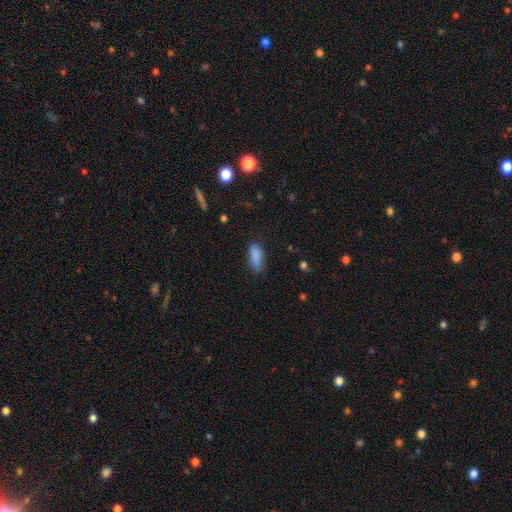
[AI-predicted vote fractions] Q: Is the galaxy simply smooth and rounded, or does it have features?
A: smooth — 88%.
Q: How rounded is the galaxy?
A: in between — 71%.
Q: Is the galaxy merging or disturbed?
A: none — 82%.